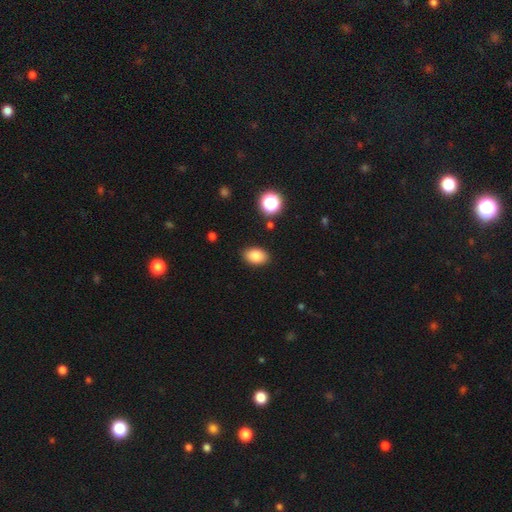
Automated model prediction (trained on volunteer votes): A smooth galaxy with no disk features (84%) that is in between round and cigar-shaped (86%).

Vote fractions:
- Smooth or featured? smooth: 84% / star or artifact: 10% / featured or disk: 6%
- How rounded? in between: 86% / round: 12% / cigar-shaped: 1%
- Merging? none: 88% / minor disturbance: 8% / major disturbance: 2% / merger: 1%